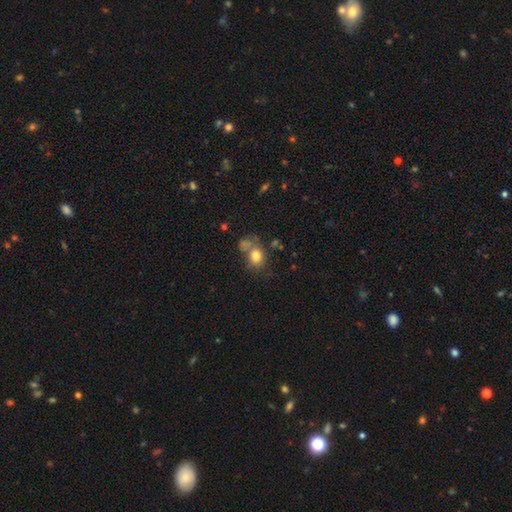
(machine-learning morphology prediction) smooth_or_featured: smooth (p=0.78) [alt: star or artifact p=0.11]
how_rounded: round (p=0.53) [alt: in between p=0.46]
merging: none (p=0.49) [alt: merger p=0.24]